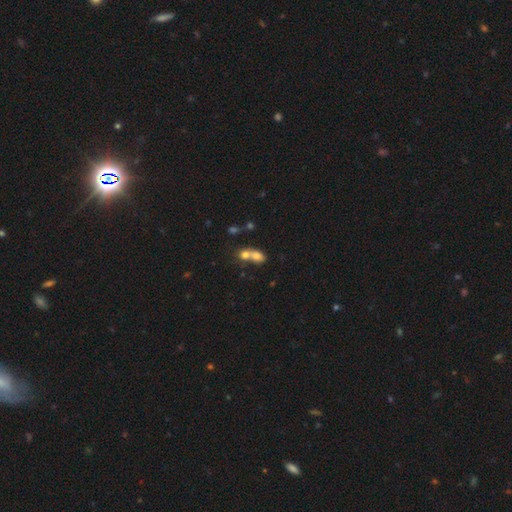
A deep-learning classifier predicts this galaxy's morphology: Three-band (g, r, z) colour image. It shows a smooth galaxy with no disk features (71%) that is in between round and cigar-shaped (57%). Merging: merger (71%).